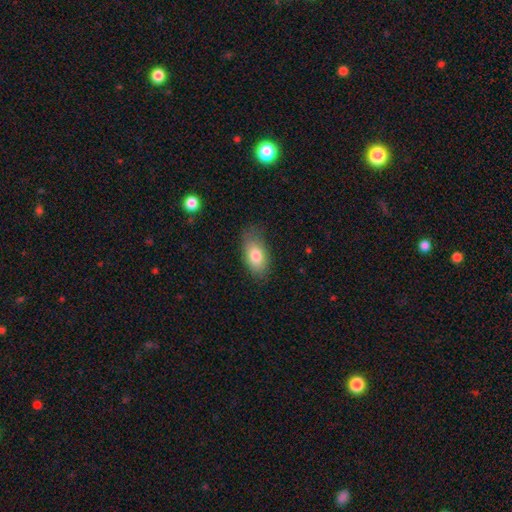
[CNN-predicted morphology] Smooth or featured? Predicted: smooth (p=0.80). How rounded? Predicted: in between (p=0.90). Merging? Predicted: none (p=0.73).